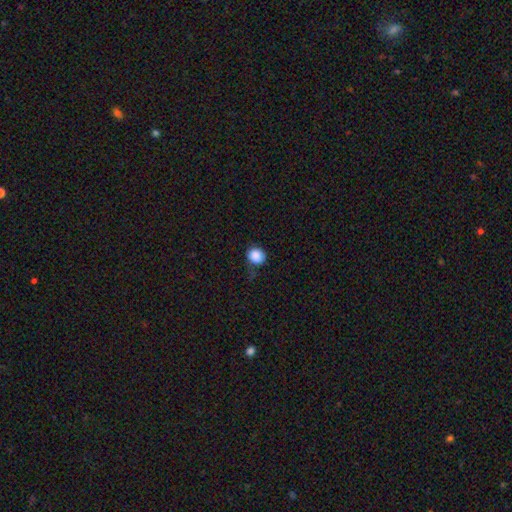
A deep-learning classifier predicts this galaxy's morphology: type=smooth (87%); roundness=round (80%); merging=none (72%).